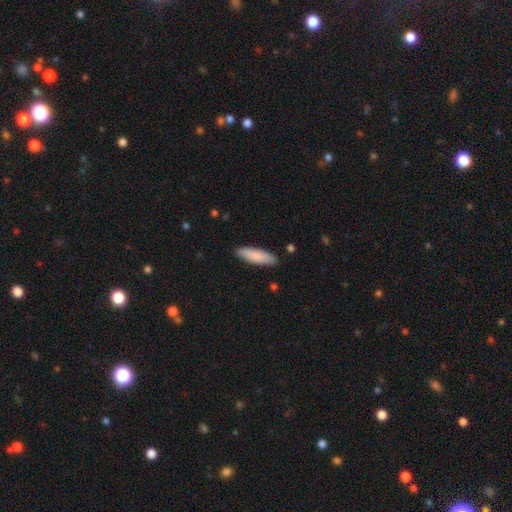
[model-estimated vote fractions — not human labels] Q: Smooth or featured?
A: smooth (86%); runner-up: featured or disk (8%)
Q: How rounded?
A: cigar-shaped (56%); runner-up: in between (43%)
Q: Merging?
A: none (89%); runner-up: minor disturbance (8%)